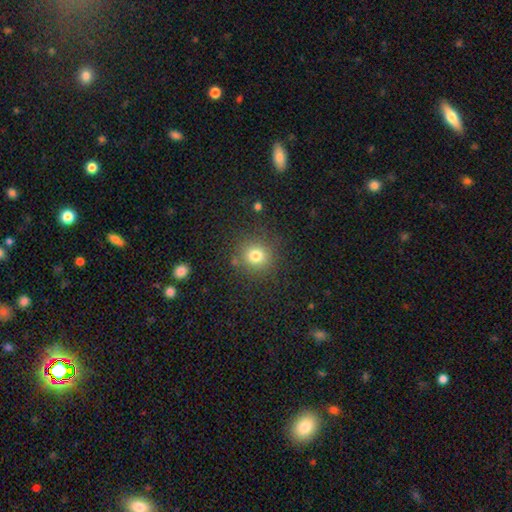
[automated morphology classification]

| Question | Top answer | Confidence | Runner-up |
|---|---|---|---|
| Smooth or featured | smooth | 78% | star or artifact (15%) |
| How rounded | round | 90% | in between (10%) |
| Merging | none | 85% | minor disturbance (8%) |